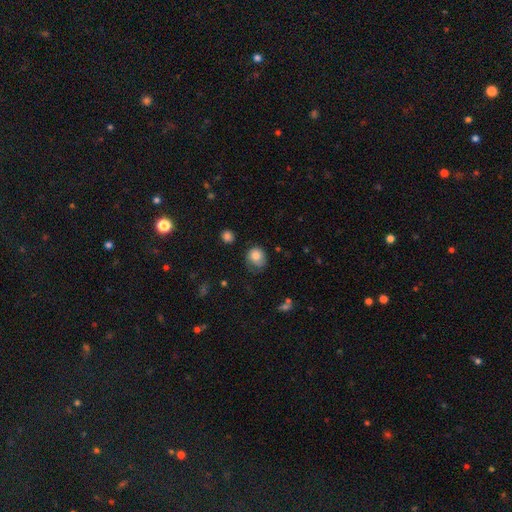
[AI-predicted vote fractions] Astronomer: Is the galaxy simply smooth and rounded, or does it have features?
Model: smooth — 80%.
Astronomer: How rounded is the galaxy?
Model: round — 73%.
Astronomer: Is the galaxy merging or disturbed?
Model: none — 52% (runner-up: minor disturbance, 32%).